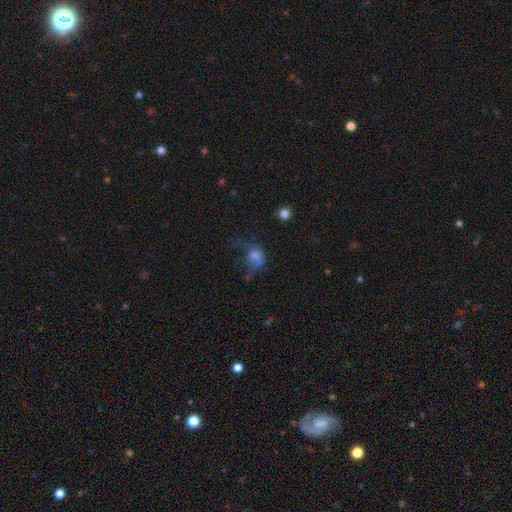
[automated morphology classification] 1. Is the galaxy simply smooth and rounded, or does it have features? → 48% smooth, 31% featured or disk, 22% star or artifact.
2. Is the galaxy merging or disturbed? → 48% major disturbance, 24% none, 16% minor disturbance, 11% merger.